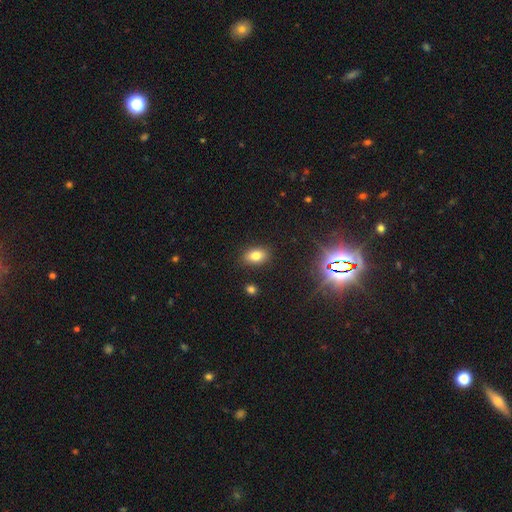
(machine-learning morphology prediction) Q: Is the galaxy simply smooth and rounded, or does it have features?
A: smooth — 78%.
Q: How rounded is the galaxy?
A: in between — 84%.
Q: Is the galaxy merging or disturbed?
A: none — 86%.